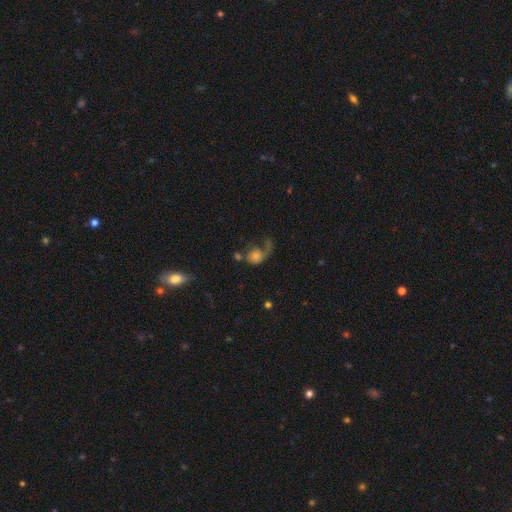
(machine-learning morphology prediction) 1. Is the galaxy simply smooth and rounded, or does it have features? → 45% smooth, 42% featured or disk, 13% star or artifact.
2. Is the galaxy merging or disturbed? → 44% major disturbance, 27% none, 15% merger, 14% minor disturbance.